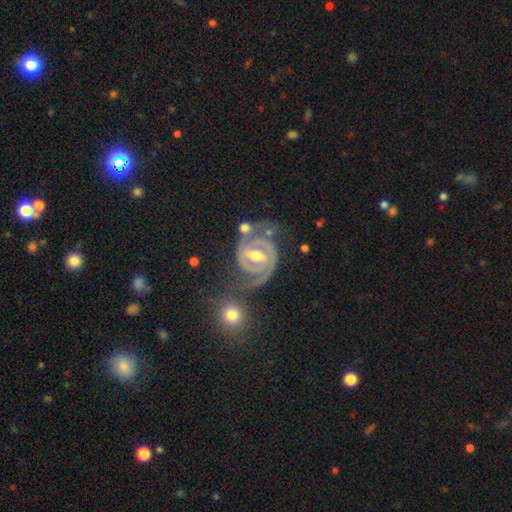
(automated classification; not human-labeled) This appears to be a featured or disk galaxy (90%) with a weak bar (44%), 2 (84%) tight (68%) spiral arms (97%) and a moderate central bulge (71%). Merging: none (63%).